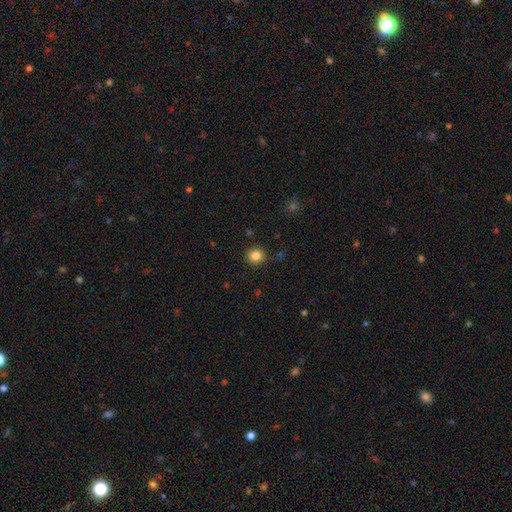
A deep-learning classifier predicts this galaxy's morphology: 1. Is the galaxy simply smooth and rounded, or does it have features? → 84% smooth, 11% star or artifact, 4% featured or disk.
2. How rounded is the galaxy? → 92% round, 8% in between, 1% cigar-shaped.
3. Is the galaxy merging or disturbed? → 89% none, 7% minor disturbance, 2% major disturbance, 2% merger.